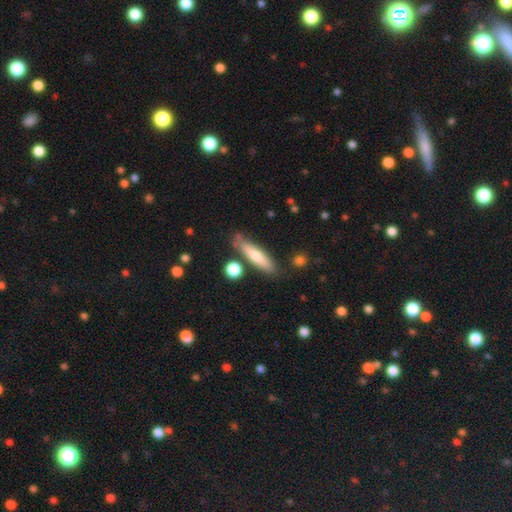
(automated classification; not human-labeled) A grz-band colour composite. It shows a smooth galaxy with no disk features (65%) that is cigar-shaped (80%). Merging: none (77%).